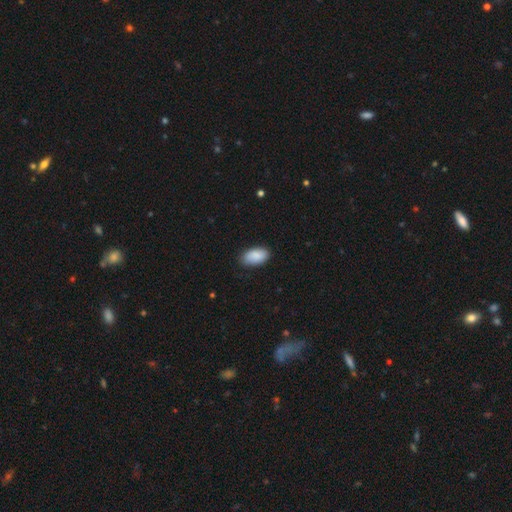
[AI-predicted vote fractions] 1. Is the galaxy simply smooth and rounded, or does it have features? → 90% smooth, 6% star or artifact, 4% featured or disk.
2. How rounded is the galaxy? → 95% in between, 3% round, 2% cigar-shaped.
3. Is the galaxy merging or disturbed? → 83% none, 14% minor disturbance, 2% major disturbance, 1% merger.